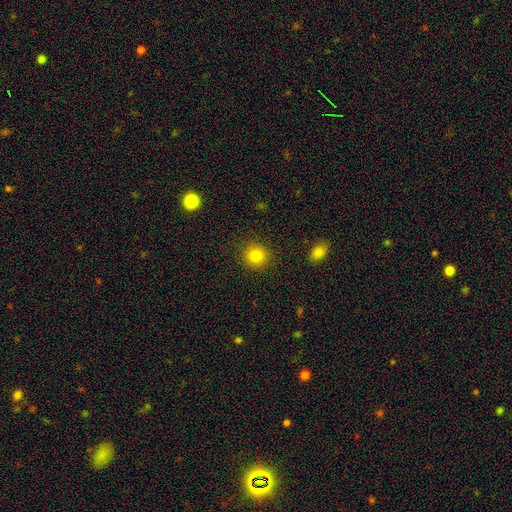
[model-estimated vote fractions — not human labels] Overall: smooth (83%). How rounded: round (90%). Merging: none (90%).